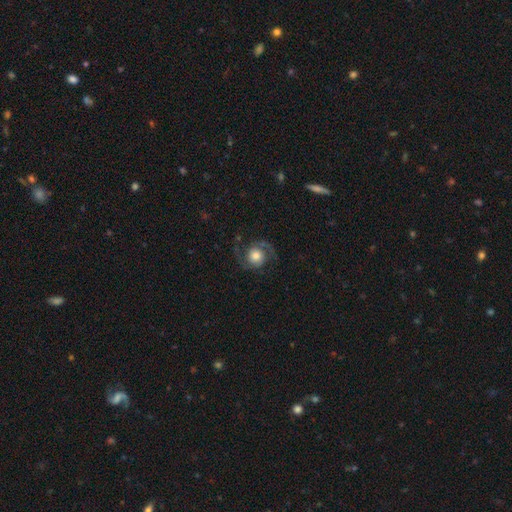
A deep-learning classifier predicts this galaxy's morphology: smooth_or_featured: featured or disk (p=0.72) [alt: smooth p=0.21]
disk_edge_on: no (p=0.98) [alt: yes p=0.02]
bar: no (p=0.77) [alt: weak p=0.19]
has_spiral_arms: yes (p=0.94) [alt: no p=0.06]
spiral_winding: medium (p=0.49) [alt: loose p=0.31]
spiral_arm_count: 2 (p=0.92) [alt: can't tell p=0.03]
bulge_size: large (p=0.42) [alt: moderate p=0.37]
merging: none (p=0.74) [alt: minor disturbance p=0.14]